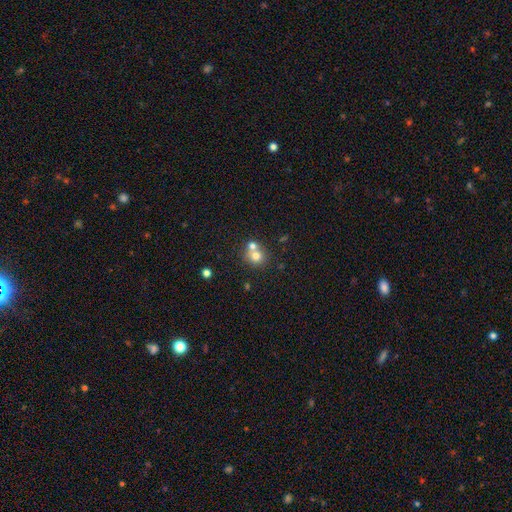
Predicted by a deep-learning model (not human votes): Morphology: type=smooth (72%); roundness=round (84%); merging=merger (47%).